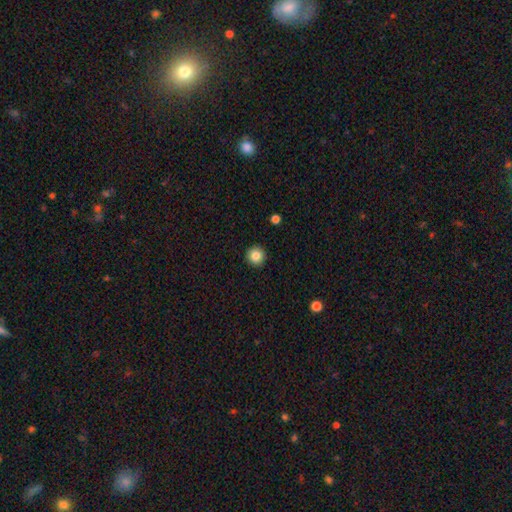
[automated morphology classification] The model was most divided on "smooth or featured": smooth: 85%, star or artifact: 10%, featured or disk: 5%. More confident: how rounded — round (96%); merging — none (93%).